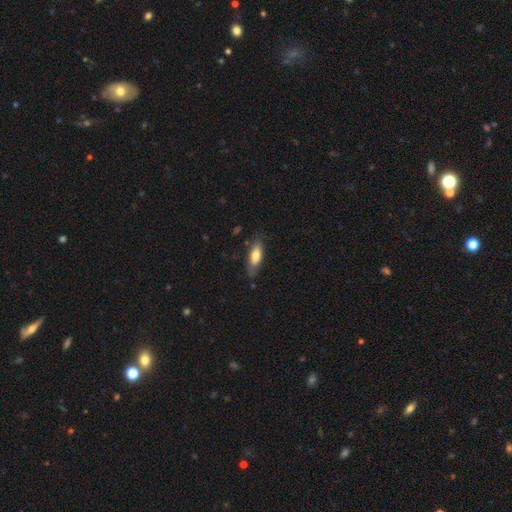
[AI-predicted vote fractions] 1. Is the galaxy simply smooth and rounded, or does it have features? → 69% smooth, 25% featured or disk, 6% star or artifact.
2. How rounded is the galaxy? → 67% in between, 31% cigar-shaped, 2% round.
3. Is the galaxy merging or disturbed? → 72% none, 21% minor disturbance, 5% major disturbance, 2% merger.